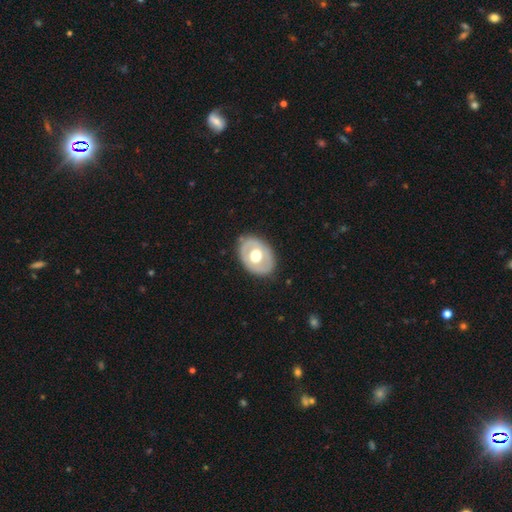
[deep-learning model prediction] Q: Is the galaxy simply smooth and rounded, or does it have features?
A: featured or disk — 51%.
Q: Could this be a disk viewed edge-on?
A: no — 91%.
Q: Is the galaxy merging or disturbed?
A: none — 82%.